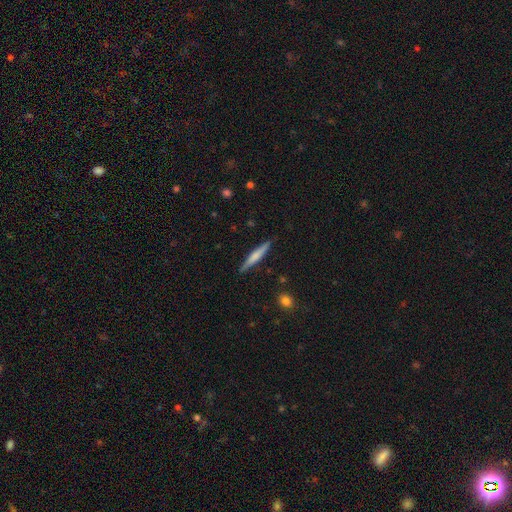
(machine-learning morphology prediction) smooth-or-featured: smooth: 54% | featured or disk: 41% | star or artifact: 6%
  how-rounded: cigar-shaped: 93% | in between: 5% | round: 2%
  merging: none: 88% | minor disturbance: 9% | major disturbance: 2% | merger: 1%